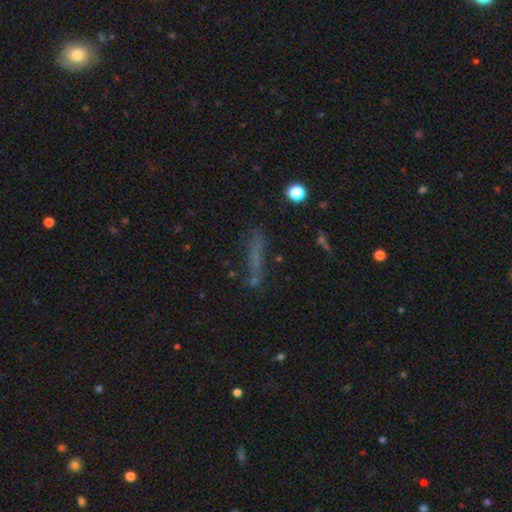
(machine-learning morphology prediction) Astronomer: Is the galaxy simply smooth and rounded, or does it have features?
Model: smooth — 55%.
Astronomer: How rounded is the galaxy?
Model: cigar-shaped — 84%.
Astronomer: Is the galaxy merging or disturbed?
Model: none — 66%.